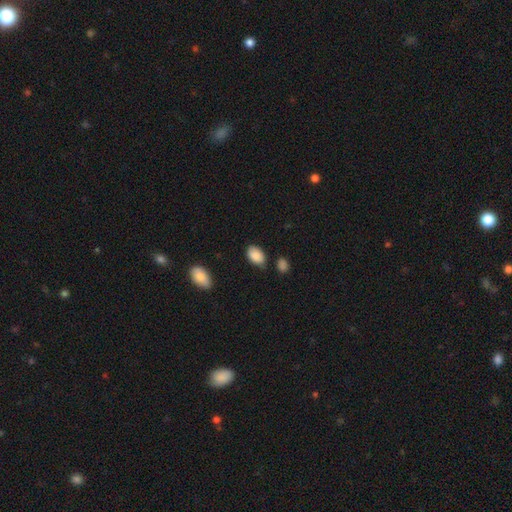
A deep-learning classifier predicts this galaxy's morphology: smooth 87%, star or artifact 7%, featured or disk 6%. Down the decision tree: how rounded — in between (91%); merging — none (71%).